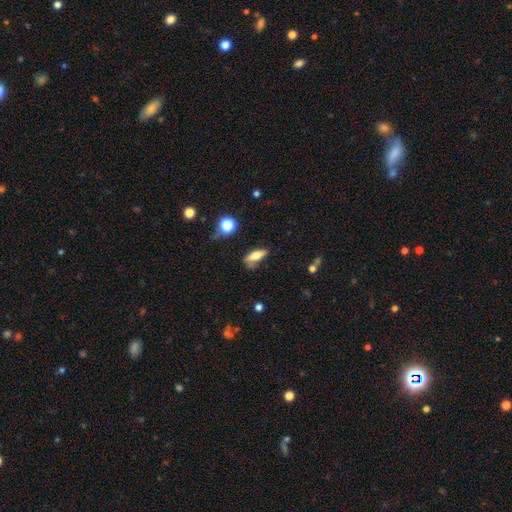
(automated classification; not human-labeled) Smooth or featured? Predicted: smooth (p=0.64). How rounded? Predicted: in between (p=0.61). Merging? Predicted: none (p=0.56).